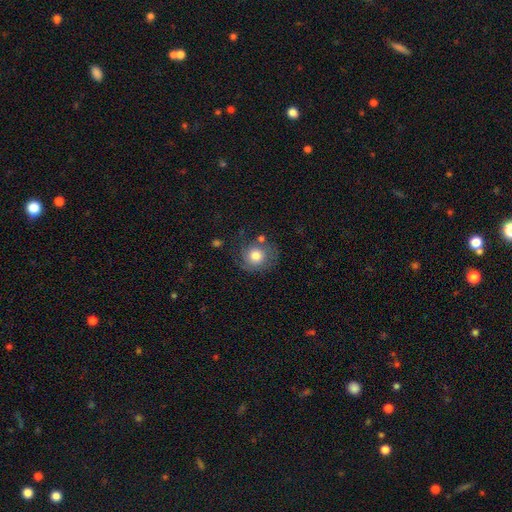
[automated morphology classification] This appears to be a smooth galaxy with no disk features (69%) that is round (85%). Merging: none (63%).